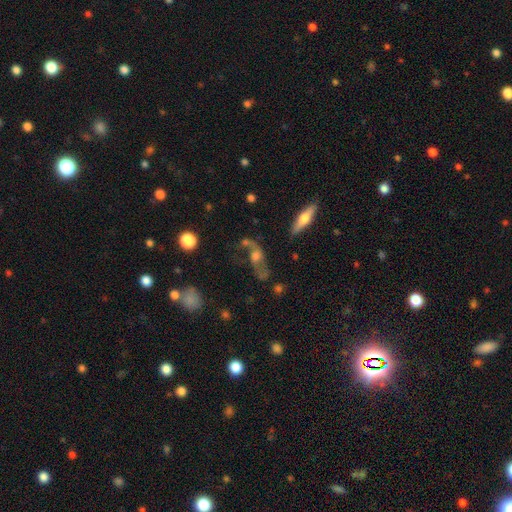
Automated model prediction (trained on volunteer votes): Smooth or featured: featured or disk — 64% (smooth — 23%)
Edge-on disk: no — 76% (yes — 24%)
Merging: none — 45% (major disturbance — 22%)